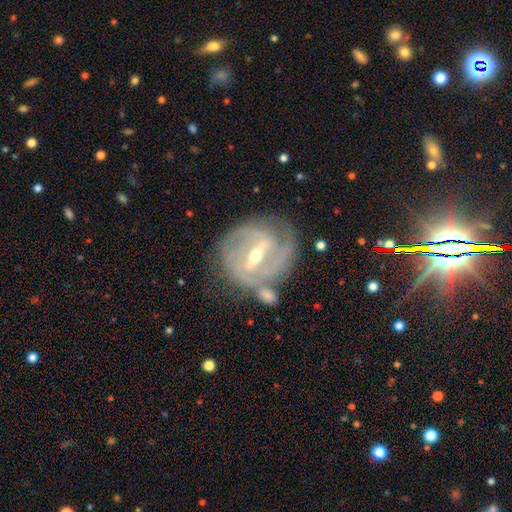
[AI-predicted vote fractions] Smooth or featured? Predicted: featured or disk (p=0.89). Edge-on disk? Predicted: no (p=0.95). Bar? Predicted: strong (p=0.62). Spiral arms? Predicted: yes (p=0.95). Spiral winding? Predicted: tight (p=0.63). Spiral arm count? Predicted: 2 (p=0.51). Bulge size? Predicted: moderate (p=0.57). Merging? Predicted: none (p=0.68).